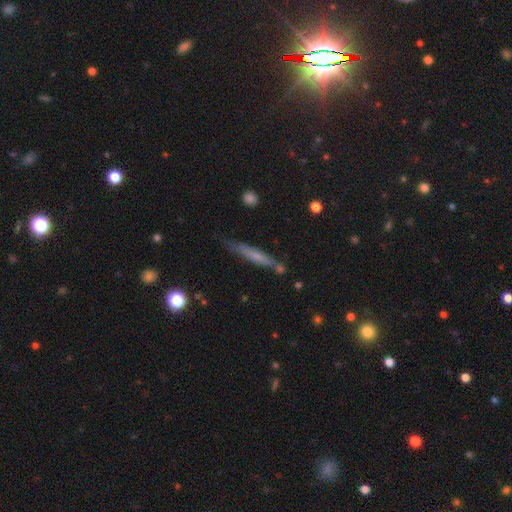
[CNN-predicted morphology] smooth_or_featured: smooth (p=0.54) [alt: featured or disk p=0.38]
how_rounded: cigar-shaped (p=0.93) [alt: in between p=0.06]
merging: none (p=0.72) [alt: minor disturbance p=0.18]